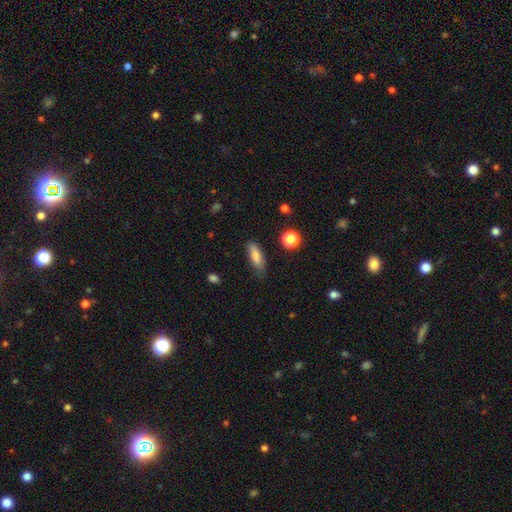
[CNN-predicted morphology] smooth-or-featured: smooth: 82% | featured or disk: 10% | star or artifact: 8%
  how-rounded: in between: 51% | cigar-shaped: 46% | round: 2%
  merging: none: 78% | minor disturbance: 17% | major disturbance: 4% | merger: 2%